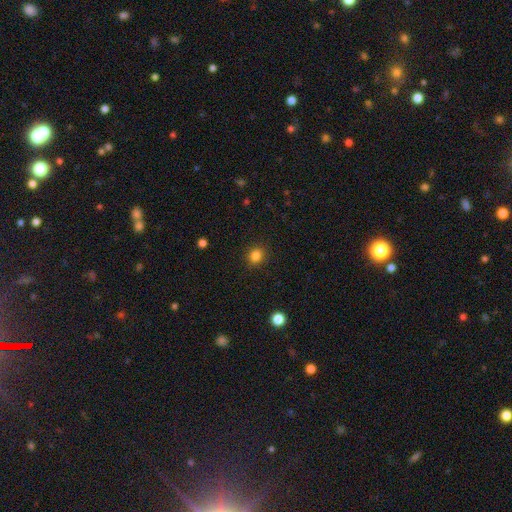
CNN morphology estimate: Smooth or featured?
  - smooth: 84% *
  - star or artifact: 12%
  - featured or disk: 4%
How rounded?
  - round: 76% *
  - in between: 23%
  - cigar-shaped: 1%
Merging?
  - none: 90% *
  - minor disturbance: 7%
  - major disturbance: 2%
  - merger: 1%